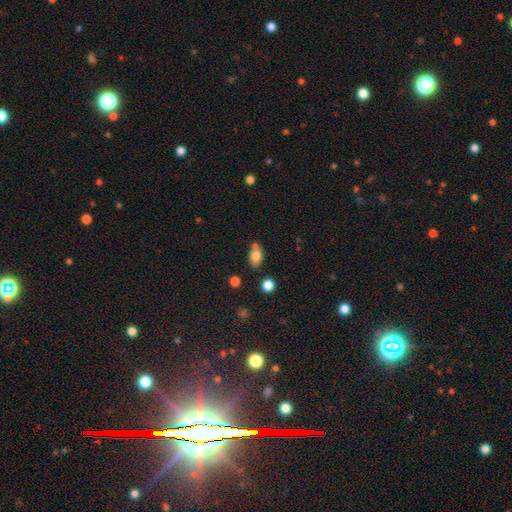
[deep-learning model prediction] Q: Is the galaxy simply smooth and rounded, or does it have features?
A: smooth — 79%.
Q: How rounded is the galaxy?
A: in between — 82%.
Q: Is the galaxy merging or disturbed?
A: none — 59%.